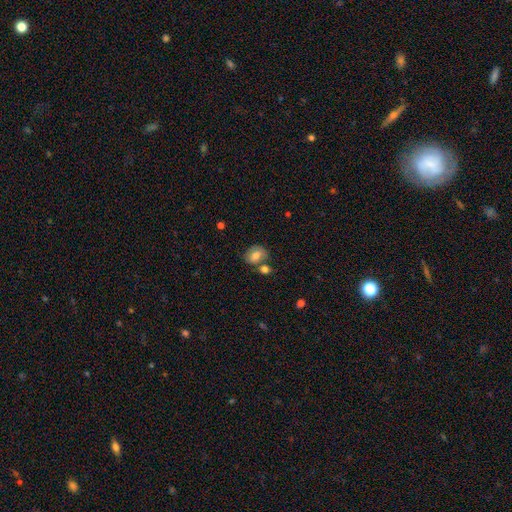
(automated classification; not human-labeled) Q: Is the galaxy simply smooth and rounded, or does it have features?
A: smooth — 73%.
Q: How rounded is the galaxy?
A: in between — 56%.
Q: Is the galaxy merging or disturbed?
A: none — 58%.